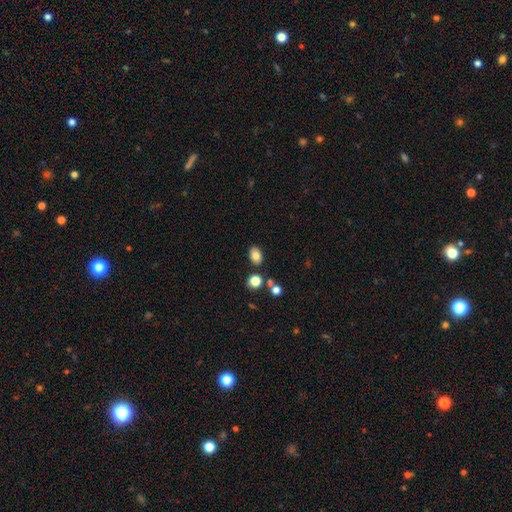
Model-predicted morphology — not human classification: smooth 81%, star or artifact 10%, featured or disk 8%. Down the decision tree: how rounded — in between (80%); merging — none (82%).